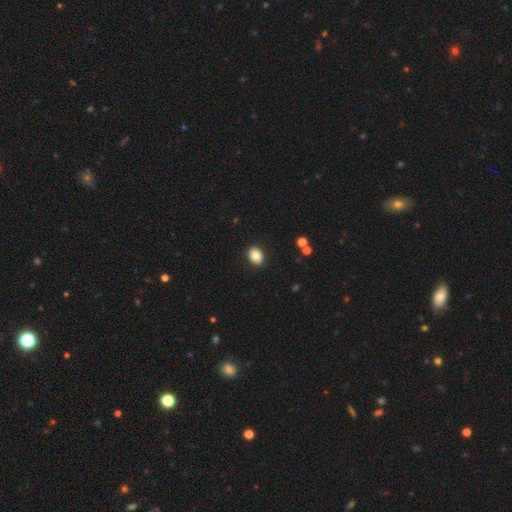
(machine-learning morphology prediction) Smooth or featured? smooth (83%)
How rounded? in between (63%)
Merging? none (90%)